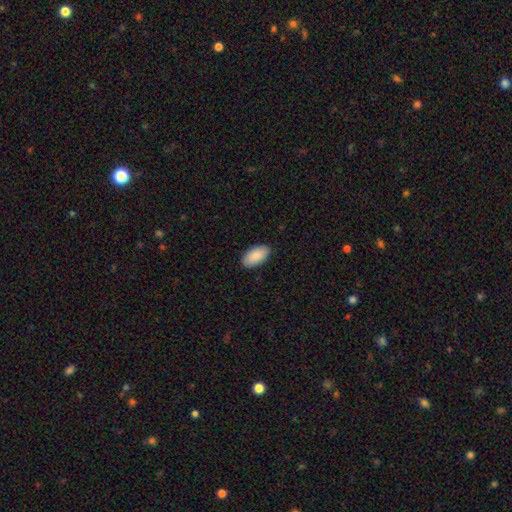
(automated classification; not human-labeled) Smooth or featured? Predicted: smooth (p=0.90). How rounded? Predicted: in between (p=0.96). Merging? Predicted: none (p=0.89).